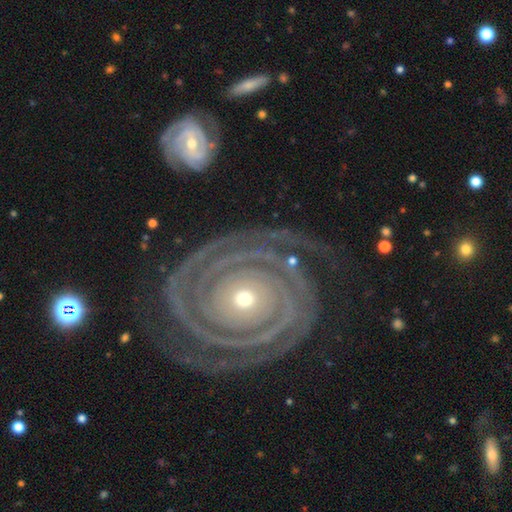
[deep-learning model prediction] This is clearly a featured or disk galaxy (93%). It is clearly not viewed edge-on (97%). Bar: likely no (78%). Spiral arm pattern: clearly yes (99%). Spiral arm count: likely 2 (65%). Spiral winding: clearly tight (91%). Central bulge: likely small (64%). Merging: clearly none (81%).